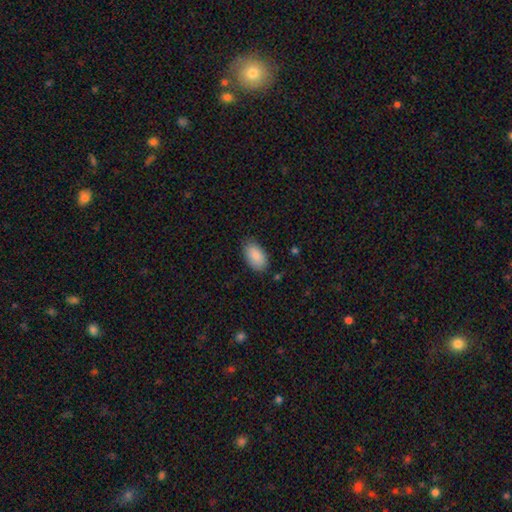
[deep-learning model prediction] smooth-or-featured: smooth: 89% | star or artifact: 6% | featured or disk: 4%
  how-rounded: in between: 95% | round: 3% | cigar-shaped: 2%
  merging: none: 82% | minor disturbance: 14% | major disturbance: 3% | merger: 1%